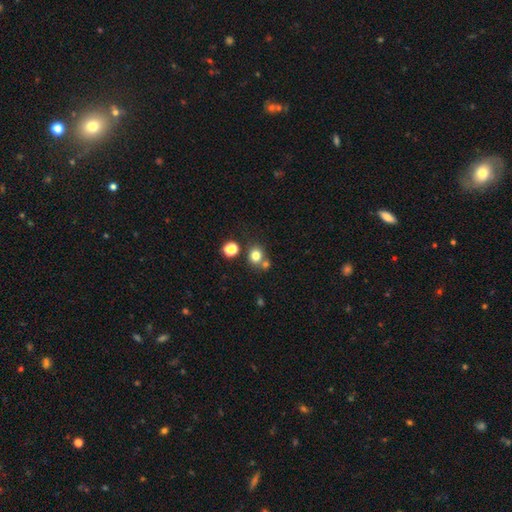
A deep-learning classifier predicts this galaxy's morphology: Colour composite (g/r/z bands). It shows a smooth galaxy with no disk features (78%) that is round (78%). Merging: none (62%).